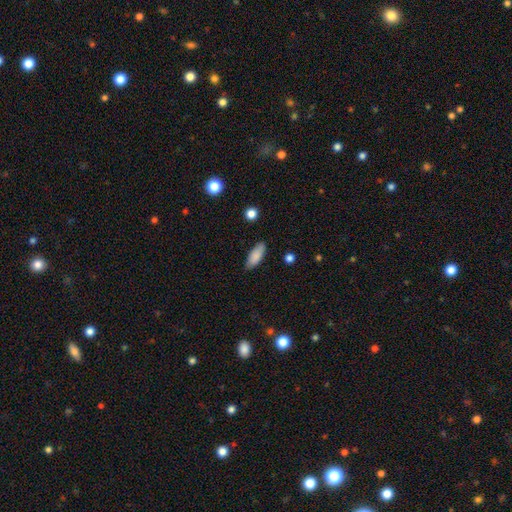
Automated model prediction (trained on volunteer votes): The model was most divided on "how rounded": in between: 75%, cigar-shaped: 23%, round: 2%. More confident: smooth or featured — smooth (86%); merging — none (83%).